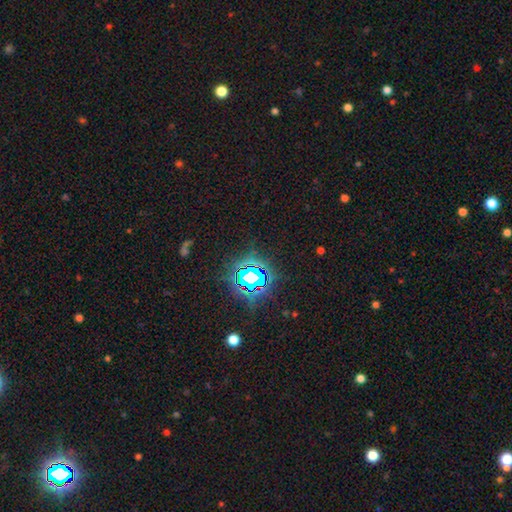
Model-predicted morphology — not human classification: type=star or artifact (85%).